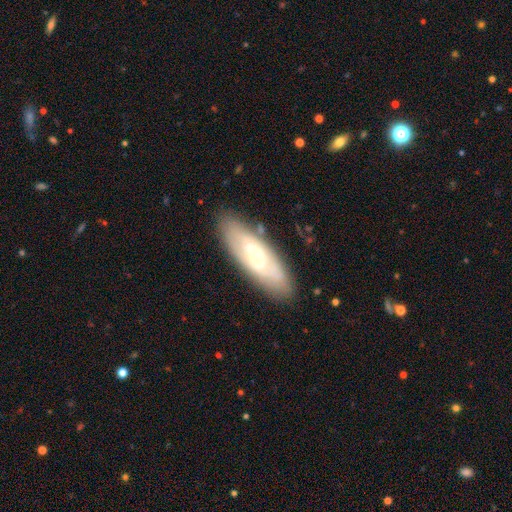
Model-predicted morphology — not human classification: featured or disk 57%, smooth 37%, star or artifact 6%. Down the decision tree: edge-on disk — no (76%); merging — none (82%).